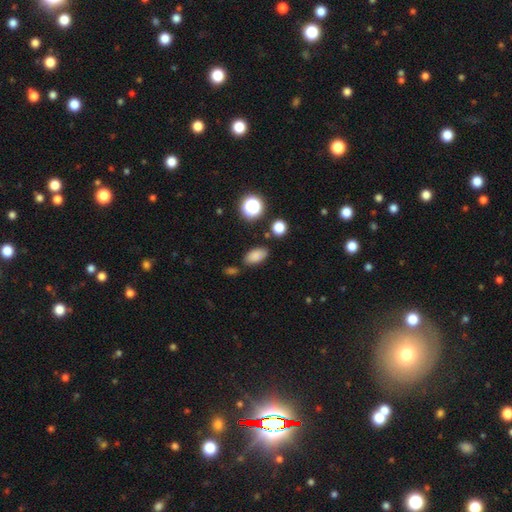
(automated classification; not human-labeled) Smooth or featured: smooth — 82% (star or artifact — 12%)
How rounded: in between — 90% (round — 7%)
Merging: none — 78% (minor disturbance — 14%)